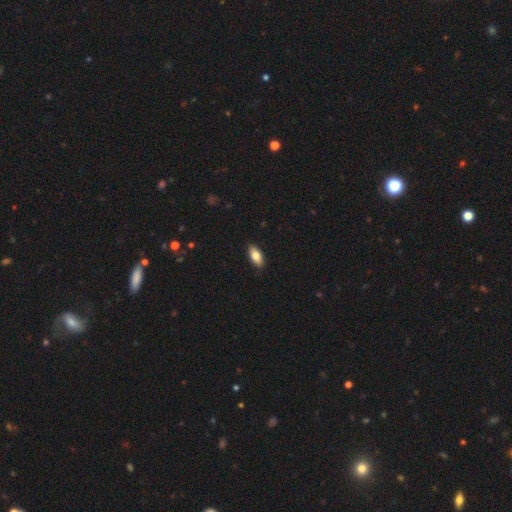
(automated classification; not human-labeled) smooth-or-featured: smooth: 81% | featured or disk: 12% | star or artifact: 6%
  how-rounded: in between: 89% | cigar-shaped: 9% | round: 2%
  merging: none: 87% | minor disturbance: 10% | major disturbance: 2% | merger: 1%